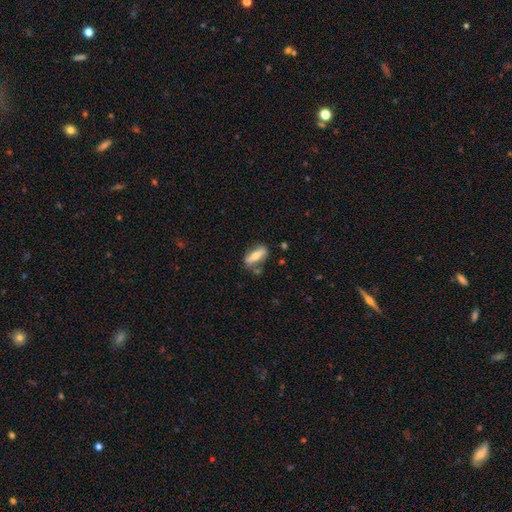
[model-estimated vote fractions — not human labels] The model was most divided on "how rounded": in between: 55%, cigar-shaped: 41%, round: 4%. More confident: merging — none (71%); smooth or featured — smooth (55%).